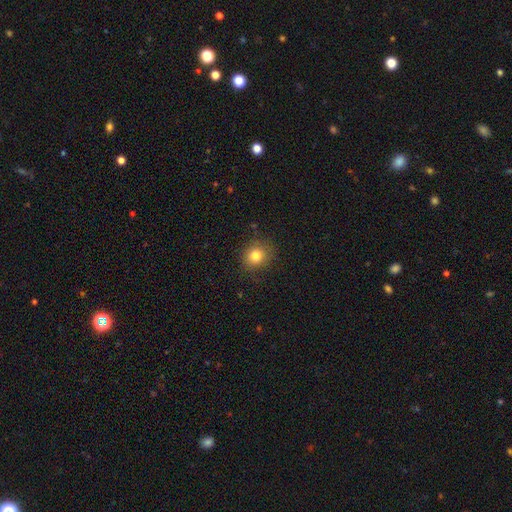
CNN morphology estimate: Overall: smooth (80%). How rounded: round (79%). Merging: none (86%).